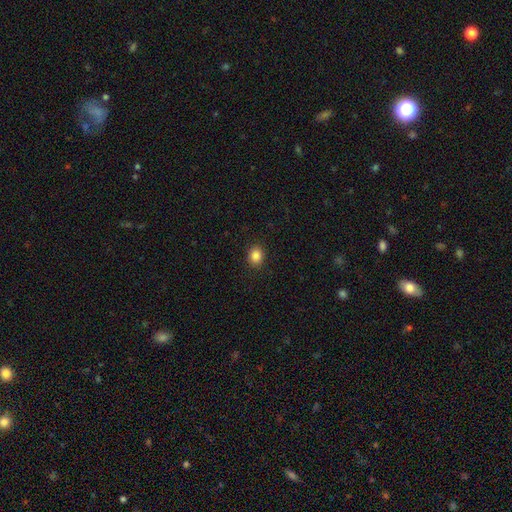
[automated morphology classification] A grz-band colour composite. It shows a smooth galaxy with no disk features (86%) that is round (60%). Merging: none (90%).